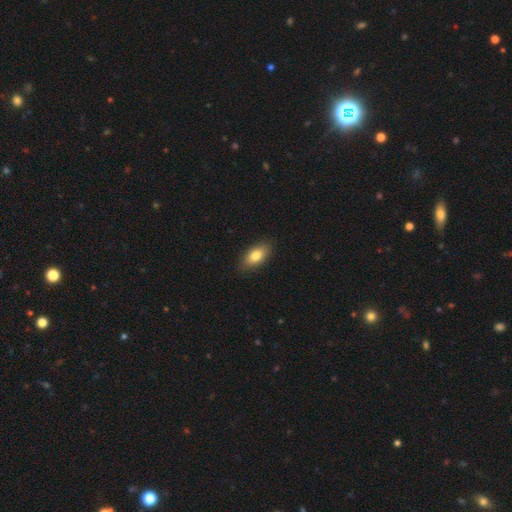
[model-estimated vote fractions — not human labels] Smooth or featured? Predicted: smooth (p=0.82). How rounded? Predicted: in between (p=0.90). Merging? Predicted: none (p=0.87).